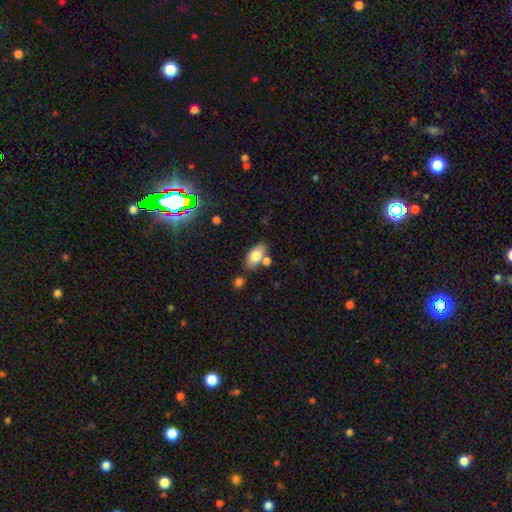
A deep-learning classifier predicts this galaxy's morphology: smooth_or_featured: smooth (p=0.77) [alt: featured or disk p=0.15]
how_rounded: in between (p=0.90) [alt: round p=0.05]
merging: none (p=0.65) [alt: merger p=0.17]